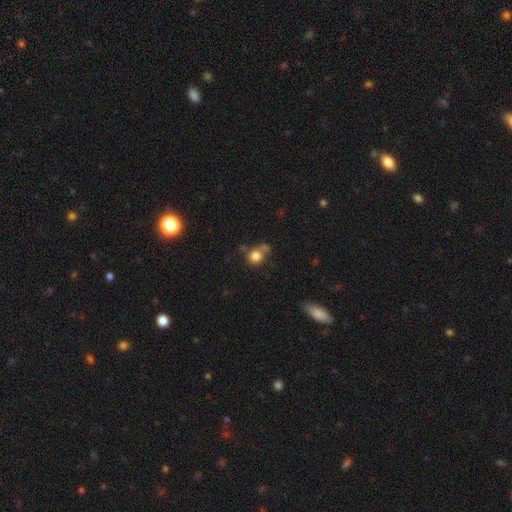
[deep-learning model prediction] Smooth or featured: smooth — 80% (star or artifact — 11%)
How rounded: round — 84% (in between — 15%)
Merging: none — 57% (merger — 18%)